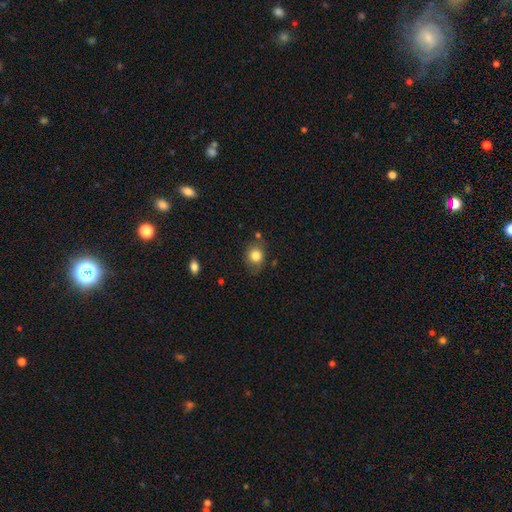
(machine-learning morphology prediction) smooth_or_featured: smooth (p=0.82) [alt: star or artifact p=0.10]
how_rounded: round (p=0.65) [alt: in between p=0.34]
merging: none (p=0.70) [alt: minor disturbance p=0.20]